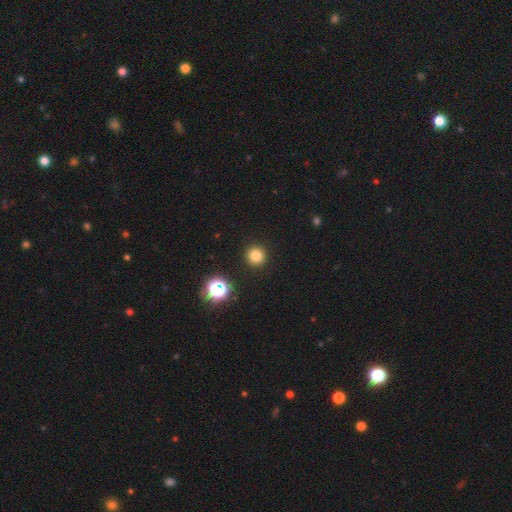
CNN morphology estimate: Overall: smooth (79%). How rounded: round (95%). Merging: none (92%).